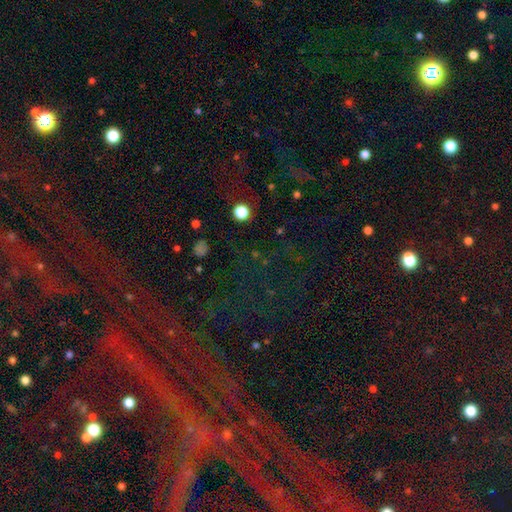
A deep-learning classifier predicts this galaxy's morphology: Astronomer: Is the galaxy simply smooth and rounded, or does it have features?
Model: star or artifact — 75%.